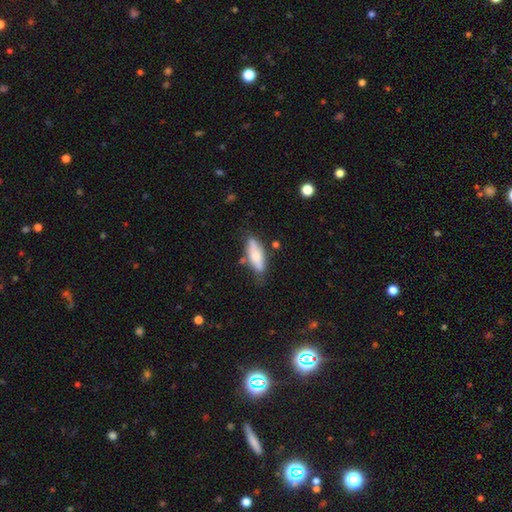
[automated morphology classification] A smooth galaxy with no disk features (71%) that is in between round and cigar-shaped (57%). Merging: none (65%).